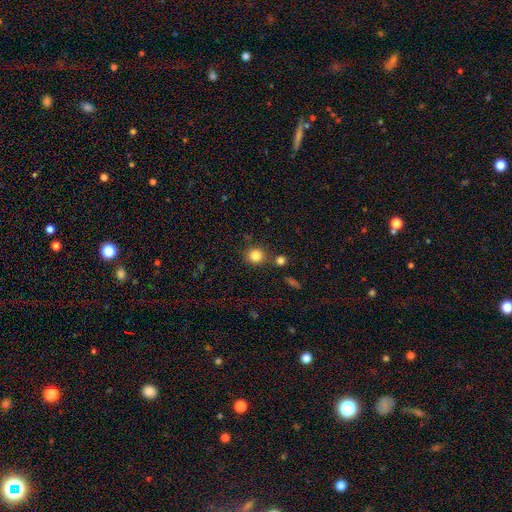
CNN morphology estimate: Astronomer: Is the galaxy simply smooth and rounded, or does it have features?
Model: smooth — 83%.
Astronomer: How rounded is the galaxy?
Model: round — 88%.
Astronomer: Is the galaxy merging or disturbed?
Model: none — 79%.